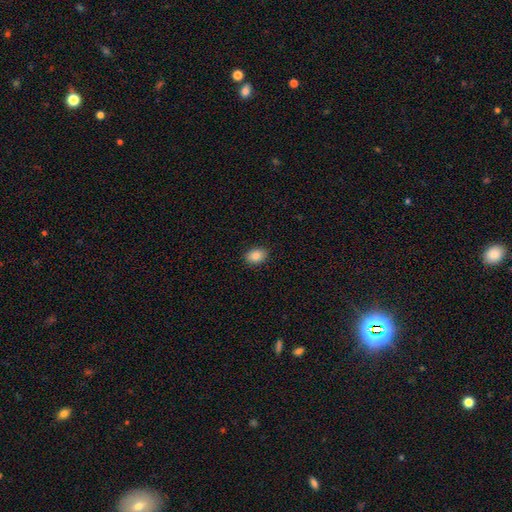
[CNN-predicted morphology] This is clearly a smooth galaxy (87%). How rounded: likely in between (74%). Merging: clearly none (90%).